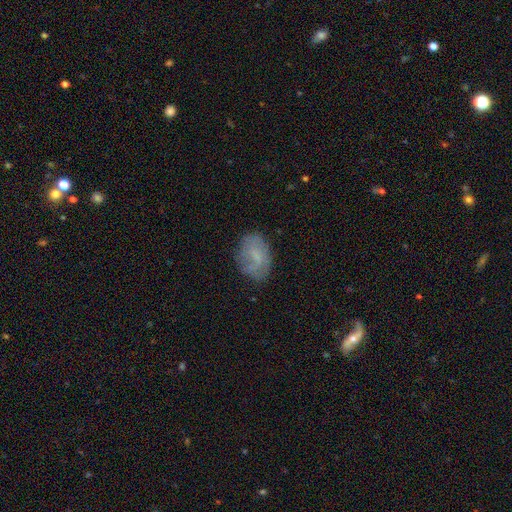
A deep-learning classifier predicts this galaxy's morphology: smooth-or-featured: smooth: 57% | featured or disk: 34% | star or artifact: 9%
  how-rounded: in between: 81% | round: 18% | cigar-shaped: 1%
  merging: none: 68% | minor disturbance: 22% | major disturbance: 8% | merger: 2%